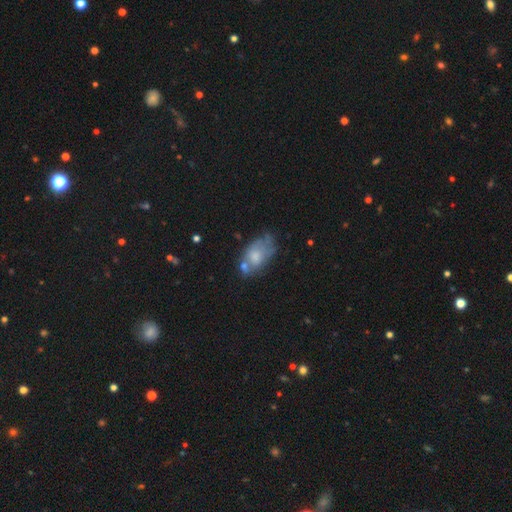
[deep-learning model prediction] smooth 56%, featured or disk 36%, star or artifact 8%. Down the decision tree: how rounded — in between (90%); merging — none (35%).